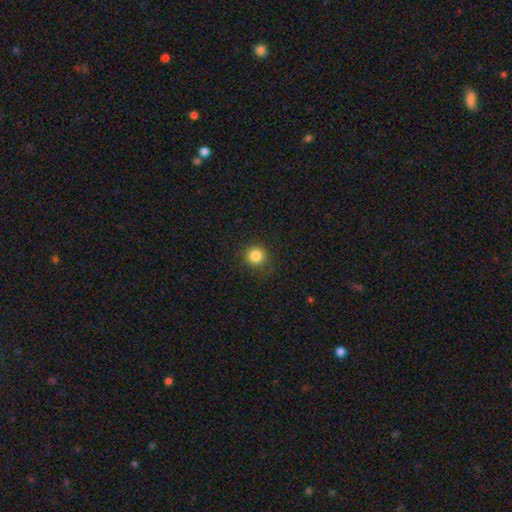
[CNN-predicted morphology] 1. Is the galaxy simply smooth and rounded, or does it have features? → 84% smooth, 11% star or artifact, 5% featured or disk.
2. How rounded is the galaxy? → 94% round, 5% in between, 1% cigar-shaped.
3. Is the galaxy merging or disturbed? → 86% none, 9% minor disturbance, 3% major disturbance, 1% merger.